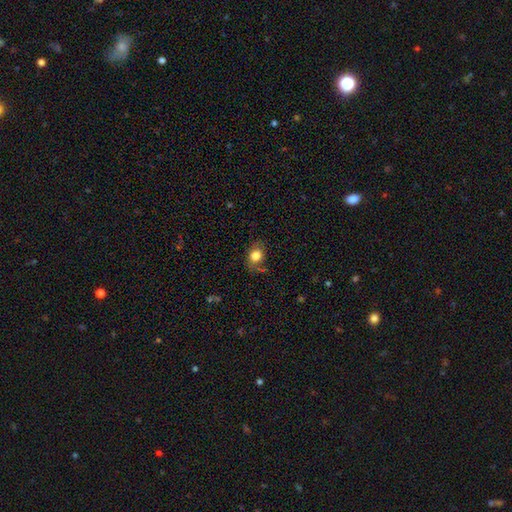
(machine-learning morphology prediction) A smooth galaxy with no disk features (79%) that is in between round and cigar-shaped (56%).

Vote fractions:
- Smooth or featured? smooth: 79% / featured or disk: 11% / star or artifact: 10%
- How rounded? in between: 56% / round: 42% / cigar-shaped: 1%
- Merging? none: 71% / minor disturbance: 20% / major disturbance: 6% / merger: 2%